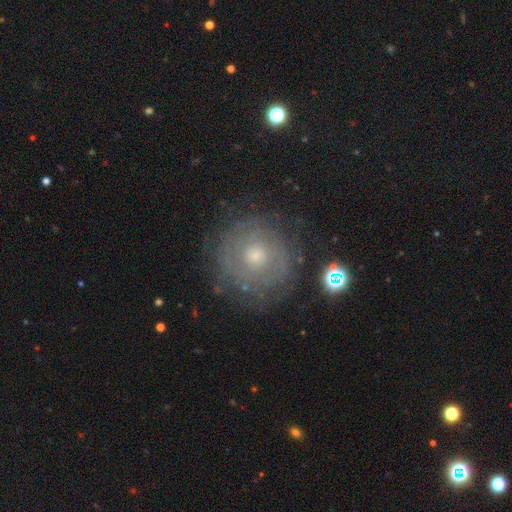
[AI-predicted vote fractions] smooth-or-featured: featured or disk: 71% | smooth: 19% | star or artifact: 10%
  disk-edge-on: no: 97% | yes: 3%
    bar: no: 80% | weak: 17% | strong: 3%
    has-spiral-arms: yes: 84% | no: 16%
      spiral-winding: tight: 73% | medium: 21% | loose: 6%
      spiral-arm-count: can't tell: 48% | 2: 24% | 3: 11% | 4: 6% | 1: 5% | more than 4: 5%
    bulge-size: small: 64% | moderate: 30% | large: 2% | none: 2% | dominant: 1%
  merging: none: 78% | minor disturbance: 14% | major disturbance: 7% | merger: 2%